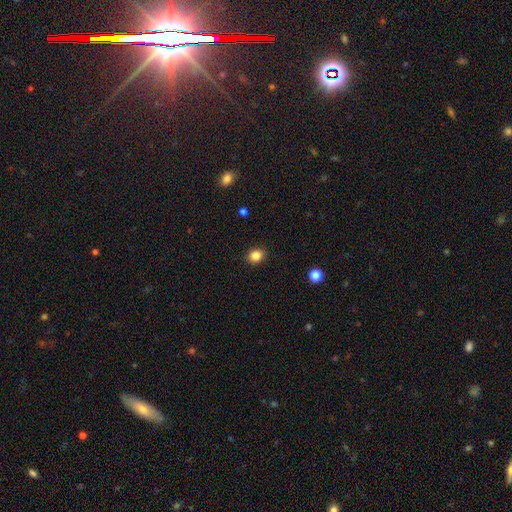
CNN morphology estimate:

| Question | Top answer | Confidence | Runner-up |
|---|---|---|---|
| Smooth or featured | smooth | 85% | star or artifact (11%) |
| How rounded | round | 63% | in between (36%) |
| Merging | none | 90% | minor disturbance (7%) |